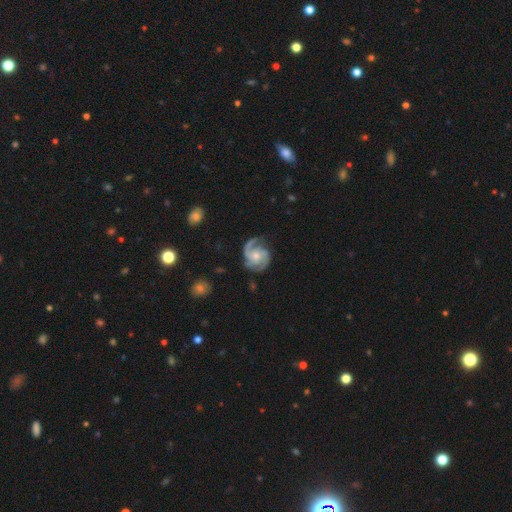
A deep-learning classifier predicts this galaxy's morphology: A featured or disk galaxy (91%) with no bar (67%), 3 (42%) medium (52%) spiral arms (98%) and a small central bulge (54%). Merging: none (71%).